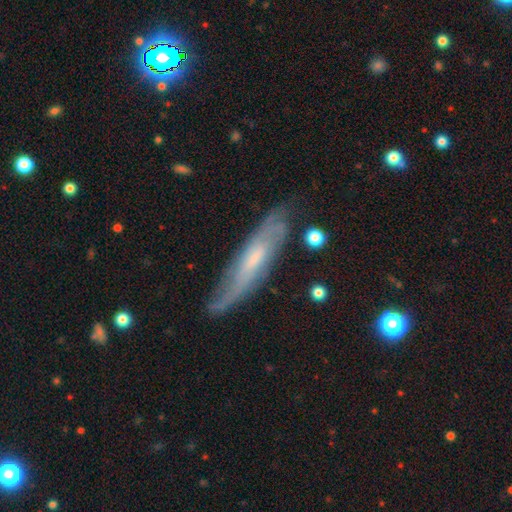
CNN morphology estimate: Smooth or featured? featured or disk (67%)
Edge-on disk? no (54%)
Merging? none (70%)